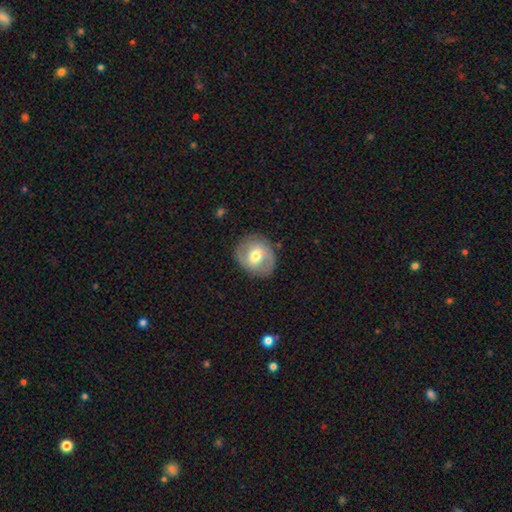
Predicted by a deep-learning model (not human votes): This is possibly a featured or disk galaxy (53%). It is clearly not viewed edge-on (96%). Bar: possibly weak (47%). Spiral arm pattern: likely yes (66%). Central bulge: likely moderate (71%). Merging: clearly none (82%).